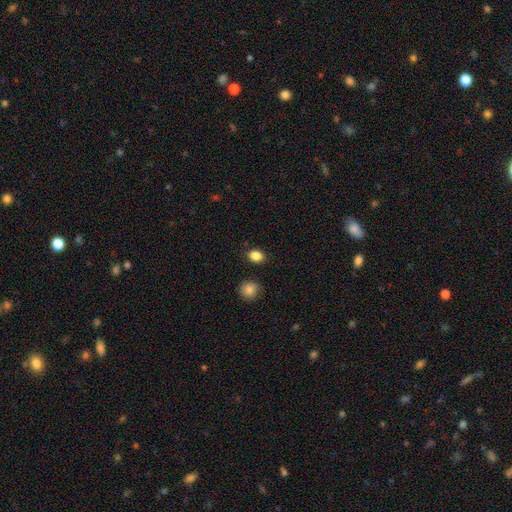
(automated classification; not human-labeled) Morphology: type=smooth (86%); roundness=in between (50%); merging=none (86%).